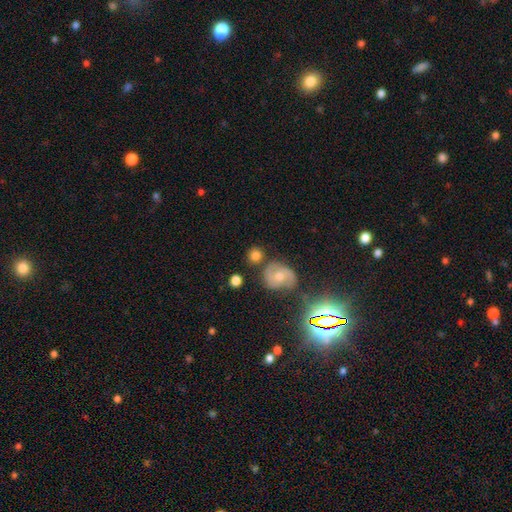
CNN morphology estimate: Q: Smooth or featured?
A: smooth (73%); runner-up: featured or disk (16%)
Q: How rounded?
A: round (81%); runner-up: in between (18%)
Q: Merging?
A: none (68%); runner-up: minor disturbance (14%)